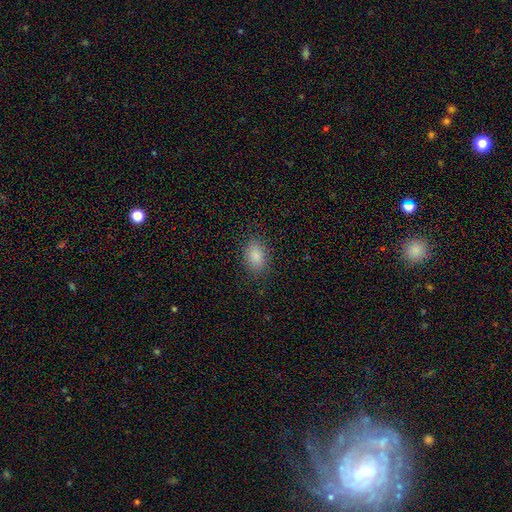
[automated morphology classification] A smooth galaxy with no disk features (87%) that is in between round and cigar-shaped (84%). Merging: none (86%).